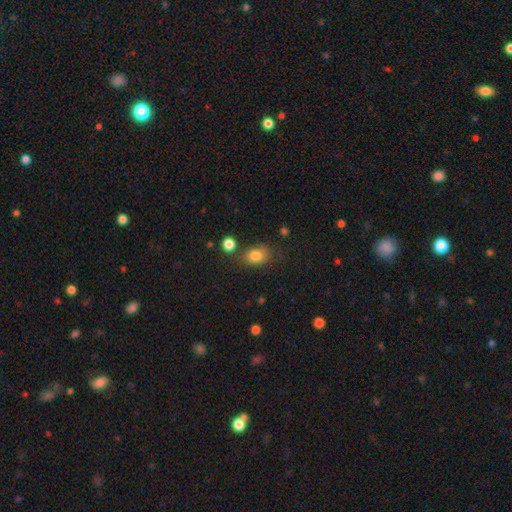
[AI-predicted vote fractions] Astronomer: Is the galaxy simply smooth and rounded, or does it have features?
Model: smooth — 82%.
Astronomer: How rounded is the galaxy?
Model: in between — 66%.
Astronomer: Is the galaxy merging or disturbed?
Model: none — 66%.